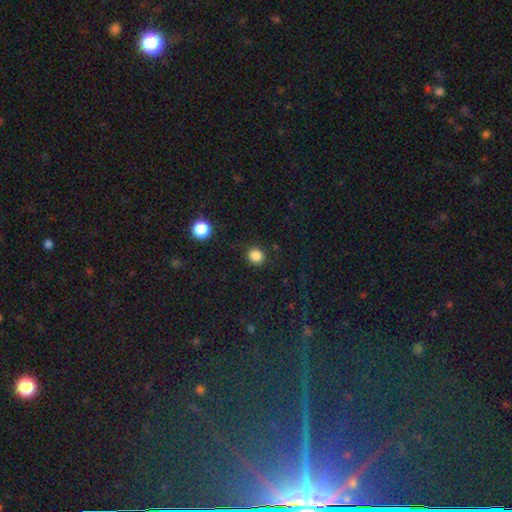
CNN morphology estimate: Smooth or featured?
  - smooth: 85% *
  - star or artifact: 12%
  - featured or disk: 3%
How rounded?
  - round: 86% *
  - in between: 13%
  - cigar-shaped: 1%
Merging?
  - none: 89% *
  - minor disturbance: 7%
  - major disturbance: 3%
  - merger: 1%